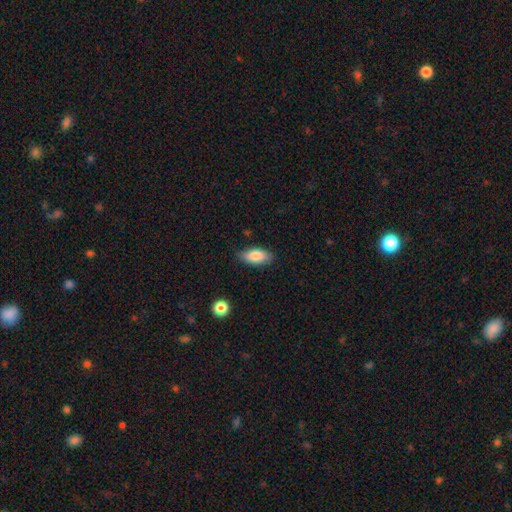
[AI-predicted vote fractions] smooth_or_featured: smooth (p=0.84) [alt: featured or disk p=0.09]
how_rounded: in between (p=0.87) [alt: cigar-shaped p=0.11]
merging: none (p=0.80) [alt: minor disturbance p=0.16]